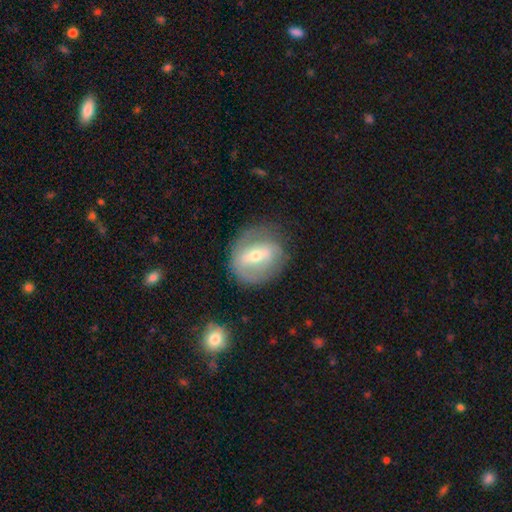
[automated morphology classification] smooth-or-featured: featured or disk: 63% | smooth: 30% | star or artifact: 7%
  disk-edge-on: no: 94% | yes: 6%
    bar: strong: 41% | weak: 40% | no: 19%
    has-spiral-arms: yes: 60% | no: 40%
    bulge-size: moderate: 55% | small: 39% | large: 4% | none: 1% | dominant: 1%
  merging: none: 67% | minor disturbance: 20% | major disturbance: 10% | merger: 2%